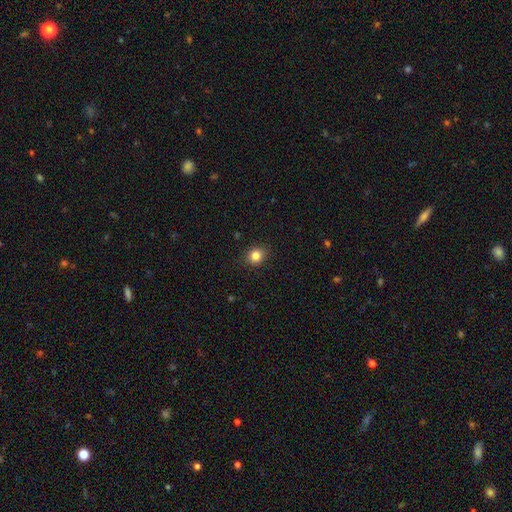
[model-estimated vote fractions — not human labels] smooth 84%, star or artifact 11%, featured or disk 5%. Down the decision tree: how rounded — round (74%); merging — none (89%).